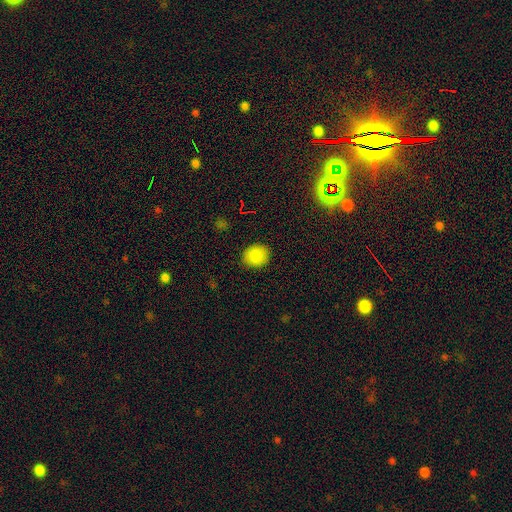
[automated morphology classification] This appears to be a smooth galaxy with no disk features (86%) that is round (72%). Merging: none (89%).